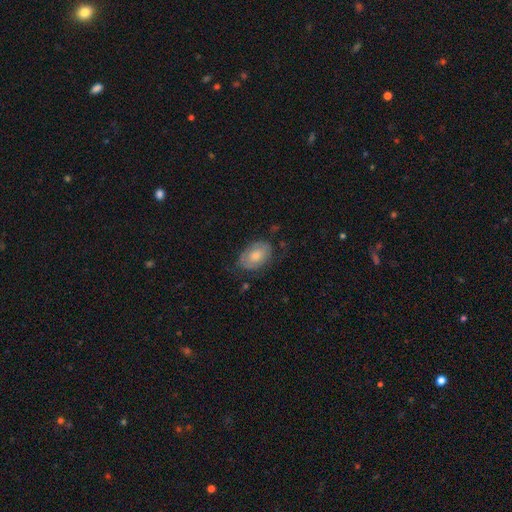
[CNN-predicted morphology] smooth-or-featured: smooth: 59% | featured or disk: 35% | star or artifact: 6%
  how-rounded: in between: 87% | round: 12% | cigar-shaped: 1%
  merging: none: 66% | minor disturbance: 24% | major disturbance: 8% | merger: 2%